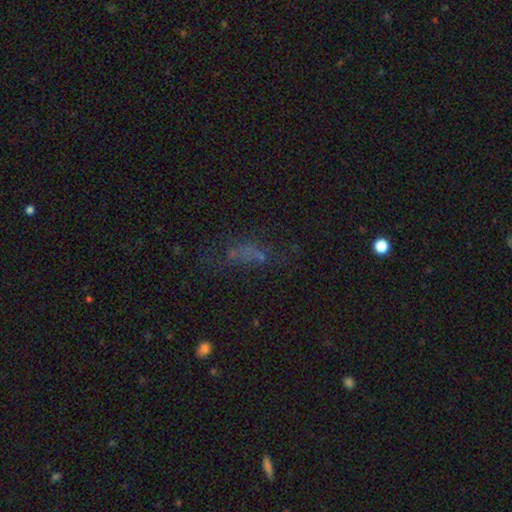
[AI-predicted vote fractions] Smooth or featured? Predicted: smooth (p=0.43). Merging? Predicted: none (p=0.44).